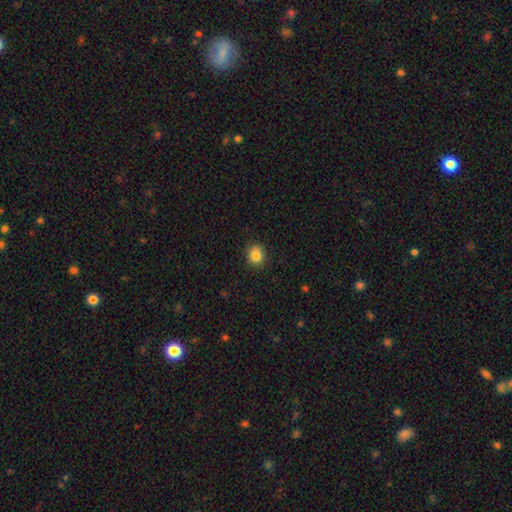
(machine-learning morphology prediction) Smooth or featured: smooth — 84% (star or artifact — 10%)
How rounded: round — 78% (in between — 21%)
Merging: none — 88% (minor disturbance — 9%)